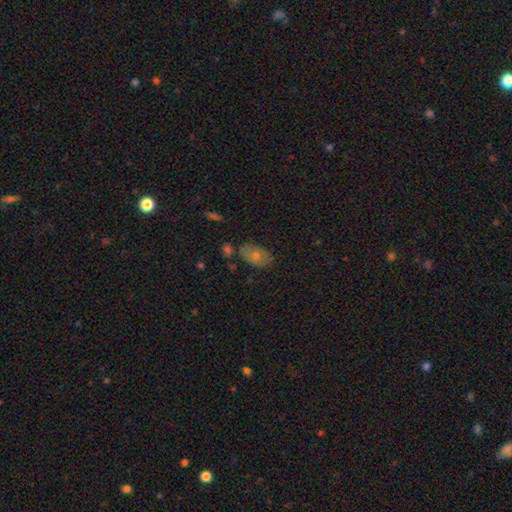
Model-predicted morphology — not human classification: Smooth or featured? smooth (54%)
How rounded? in between (87%)
Merging? none (71%)